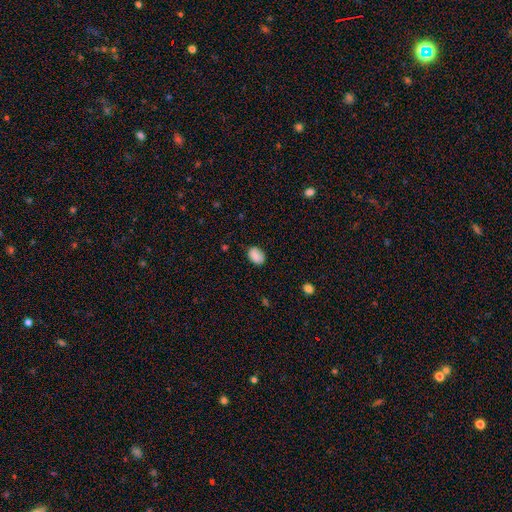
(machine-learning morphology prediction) The model was most divided on "merging": none: 79%, minor disturbance: 17%, major disturbance: 3%, merger: 1%. More confident: smooth or featured — smooth (88%); how rounded — in between (83%).